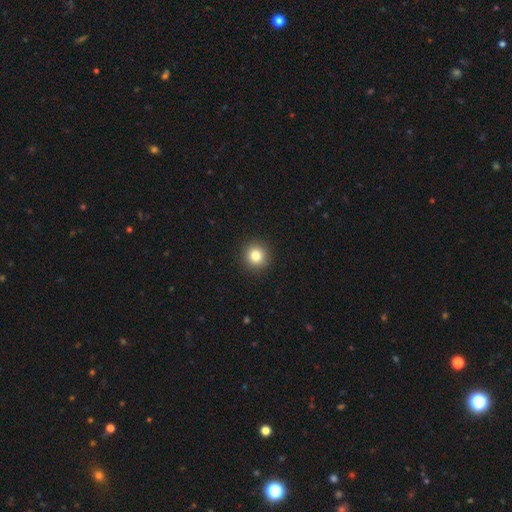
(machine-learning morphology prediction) Q: Smooth or featured?
A: smooth (83%); runner-up: star or artifact (11%)
Q: How rounded?
A: round (93%); runner-up: in between (6%)
Q: Merging?
A: none (92%); runner-up: minor disturbance (5%)